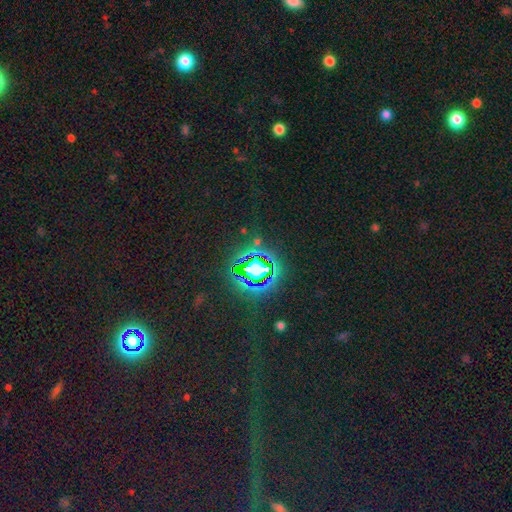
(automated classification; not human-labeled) Q: Smooth or featured?
A: star or artifact (83%); runner-up: smooth (10%)